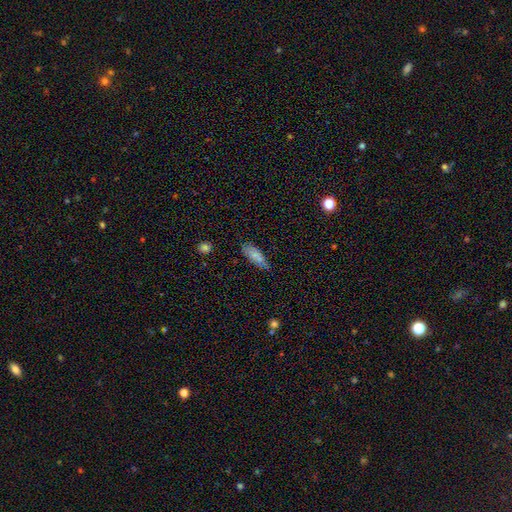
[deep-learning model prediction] A smooth galaxy with no disk features (82%) that is in between round and cigar-shaped (68%). Merging: none (73%).